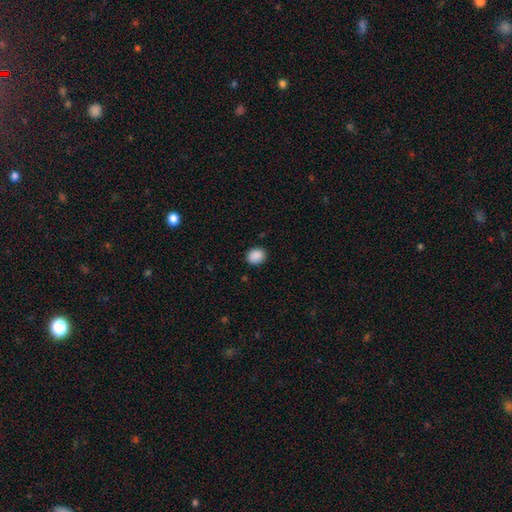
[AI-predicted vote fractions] This appears to be a smooth galaxy with no disk features (89%) that is round (62%). Merging: none (88%).